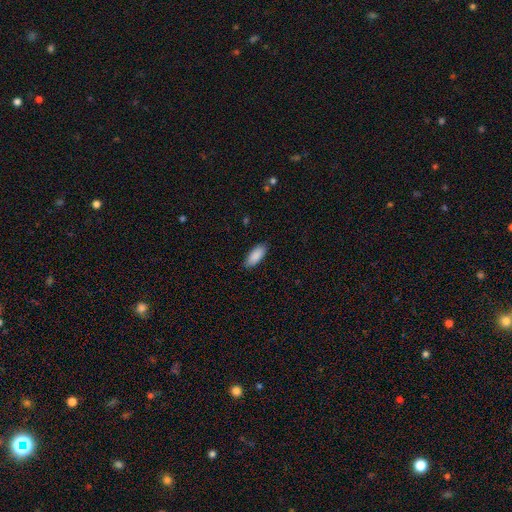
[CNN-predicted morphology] Smooth or featured? Predicted: smooth (p=0.90). How rounded? Predicted: in between (p=0.82). Merging? Predicted: none (p=0.88).